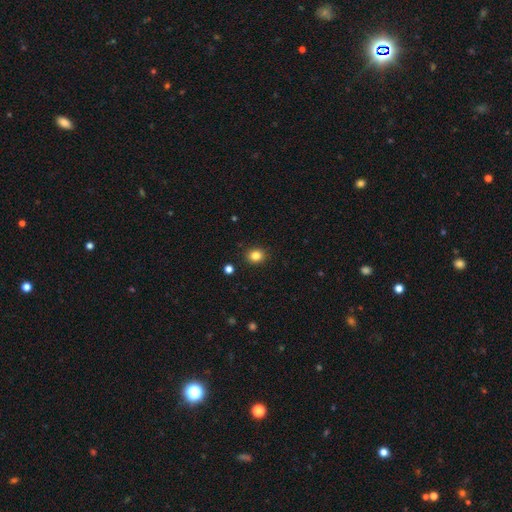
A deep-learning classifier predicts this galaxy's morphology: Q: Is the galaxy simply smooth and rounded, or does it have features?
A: smooth — 83%.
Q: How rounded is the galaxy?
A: round — 73%.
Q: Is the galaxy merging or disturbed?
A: none — 91%.